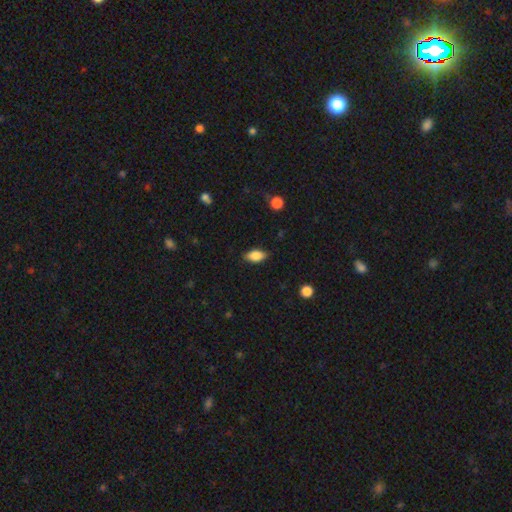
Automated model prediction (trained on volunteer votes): smooth 83%, featured or disk 10%, star or artifact 8%. Down the decision tree: how rounded — in between (90%); merging — none (85%).